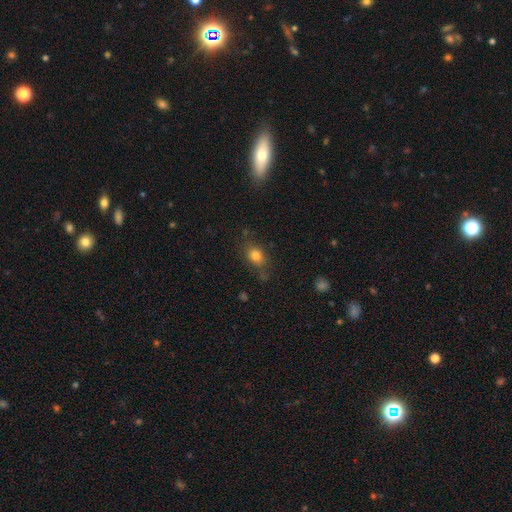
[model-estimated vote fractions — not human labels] A smooth galaxy with no disk features (79%) that is in between round and cigar-shaped (60%).

Vote fractions:
- Smooth or featured? smooth: 79% / star or artifact: 11% / featured or disk: 9%
- How rounded? in between: 60% / round: 37% / cigar-shaped: 2%
- Merging? none: 72% / minor disturbance: 18% / major disturbance: 6% / merger: 4%